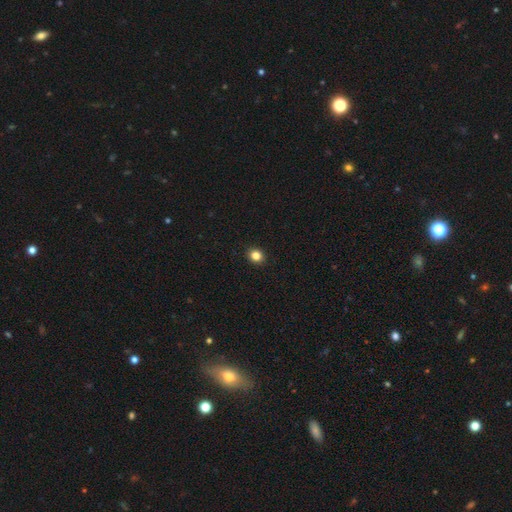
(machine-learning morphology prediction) type=smooth (84%); roundness=round (78%); merging=none (92%).